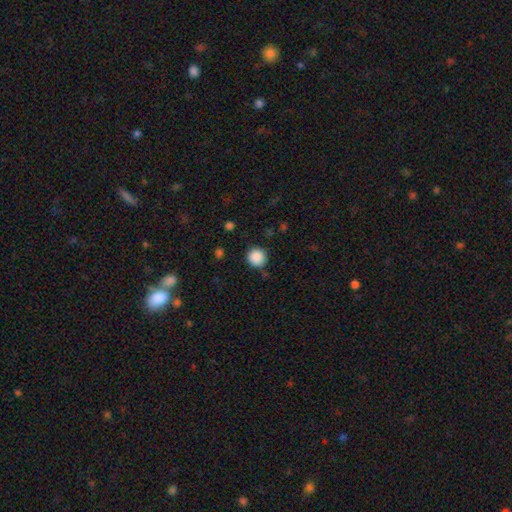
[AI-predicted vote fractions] smooth_or_featured: smooth (p=0.88) [alt: star or artifact p=0.09]
how_rounded: round (p=0.93) [alt: in between p=0.06]
merging: none (p=0.85) [alt: minor disturbance p=0.10]